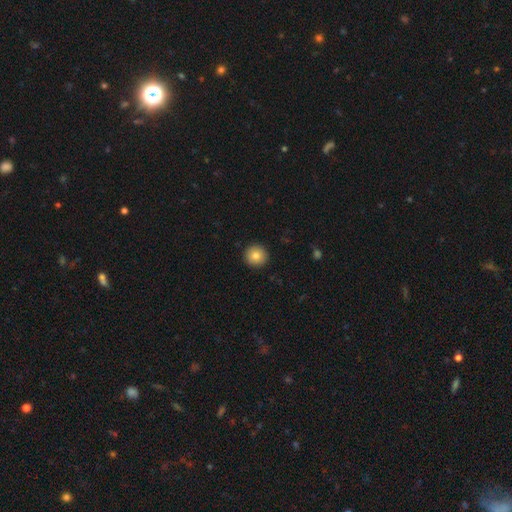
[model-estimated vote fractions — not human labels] Smooth or featured?
  - smooth: 83% *
  - star or artifact: 9%
  - featured or disk: 8%
How rounded?
  - round: 95% *
  - in between: 4%
  - cigar-shaped: 1%
Merging?
  - none: 93% *
  - minor disturbance: 5%
  - major disturbance: 1%
  - merger: 1%